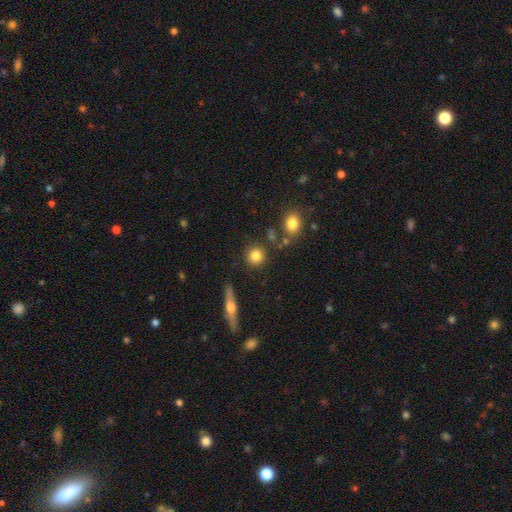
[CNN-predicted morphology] Q: Smooth or featured?
A: smooth (82%); runner-up: star or artifact (9%)
Q: How rounded?
A: round (91%); runner-up: in between (7%)
Q: Merging?
A: none (85%); runner-up: minor disturbance (7%)